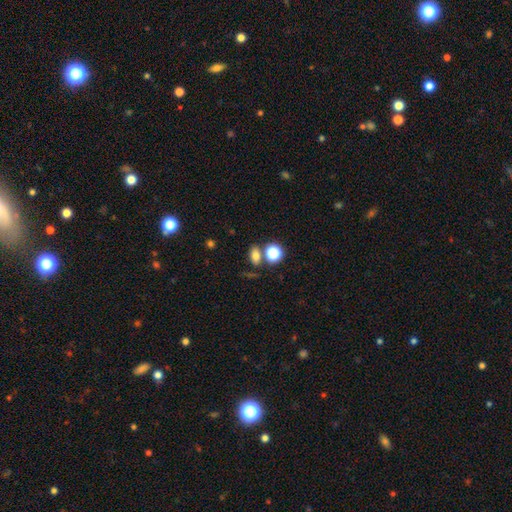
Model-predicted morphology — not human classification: type=smooth (73%); roundness=in between (69%); merging=none (65%).